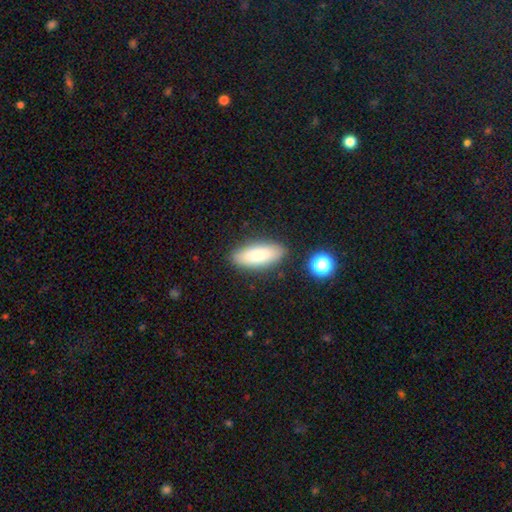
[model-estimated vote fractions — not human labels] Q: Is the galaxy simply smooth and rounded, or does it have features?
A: smooth — 83%.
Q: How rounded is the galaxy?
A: in between — 68%.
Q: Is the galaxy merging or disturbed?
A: none — 85%.